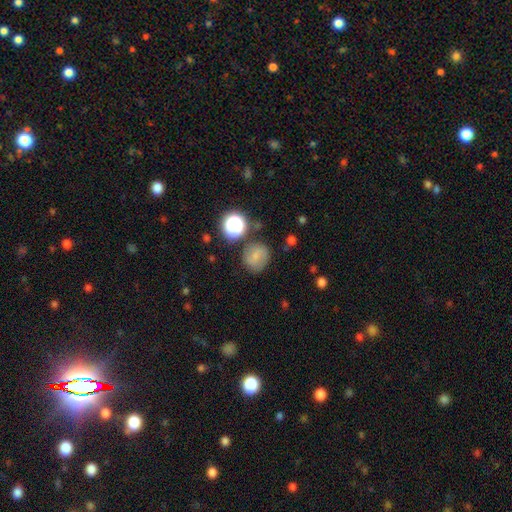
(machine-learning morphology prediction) The model was most divided on "smooth or featured": smooth: 64%, featured or disk: 21%, star or artifact: 15%. More confident: how rounded — round (81%); merging — none (74%).